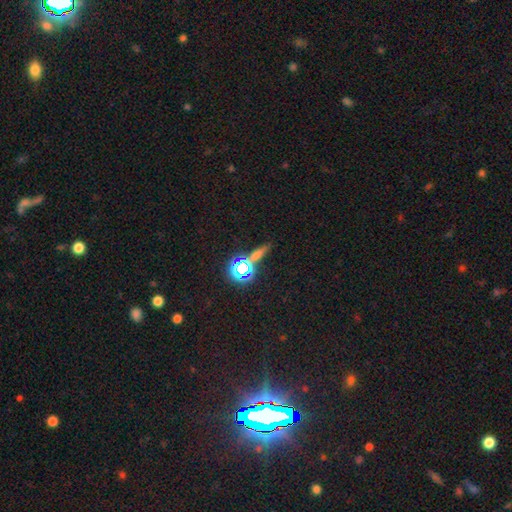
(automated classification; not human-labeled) The model was most divided on "smooth or featured": star or artifact: 42%, smooth: 41%, featured or disk: 18%.